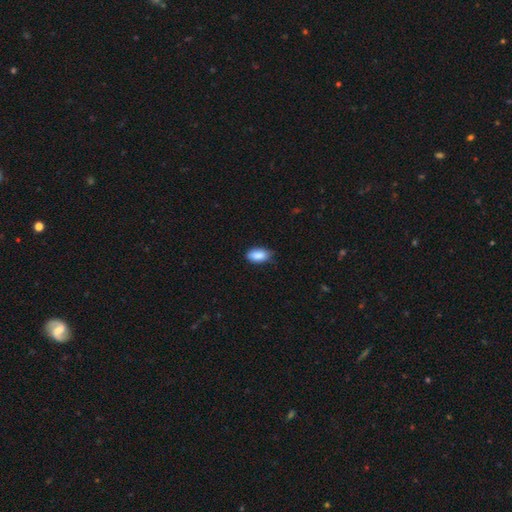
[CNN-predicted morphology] The model was most divided on "merging": none: 74%, minor disturbance: 22%, major disturbance: 3%, merger: 1%. More confident: how rounded — in between (93%); smooth or featured — smooth (89%).